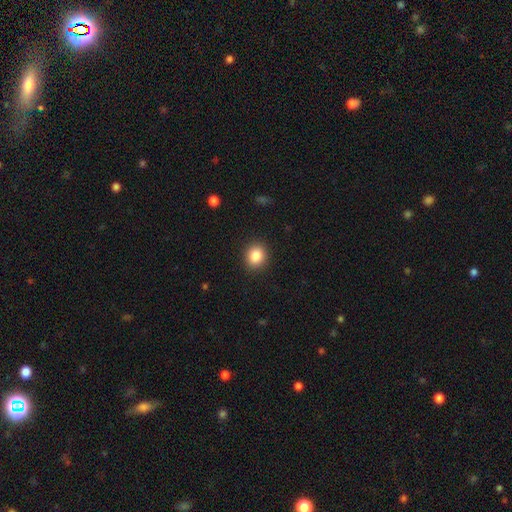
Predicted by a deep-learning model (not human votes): Overall: smooth (86%). How rounded: round (69%; in between 30%). Merging: none (90%).